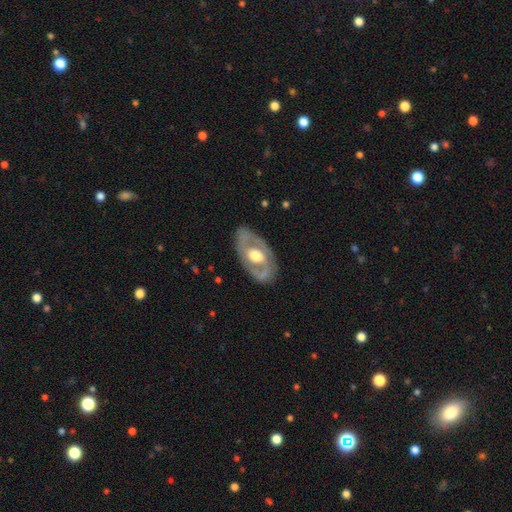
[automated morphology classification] Smooth or featured?
  - featured or disk: 76% *
  - smooth: 20%
  - star or artifact: 4%
Edge-on disk?
  - no: 91% *
  - yes: 9%
Bar?
  - no: 67% *
  - weak: 24%
  - strong: 9%
Spiral arms?
  - yes: 56% *
  - no: 44%
Bulge size?
  - moderate: 57% *
  - large: 36%
  - small: 4%
  - dominant: 2%
  - none: 1%
Merging?
  - none: 80% *
  - minor disturbance: 14%
  - major disturbance: 5%
  - merger: 1%